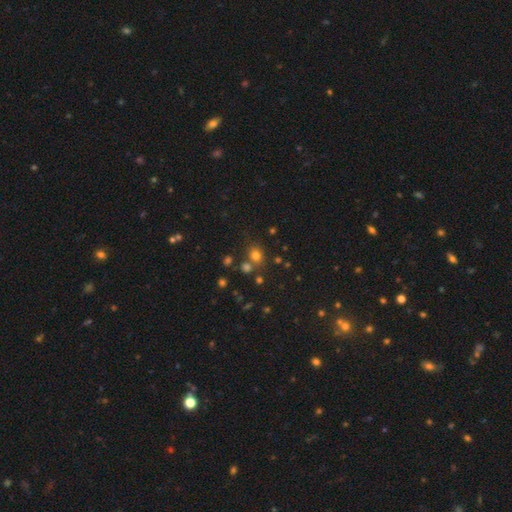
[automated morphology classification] Smooth or featured: smooth — 72% (star or artifact — 20%)
How rounded: round — 73% (in between — 26%)
Merging: none — 69% (merger — 16%)